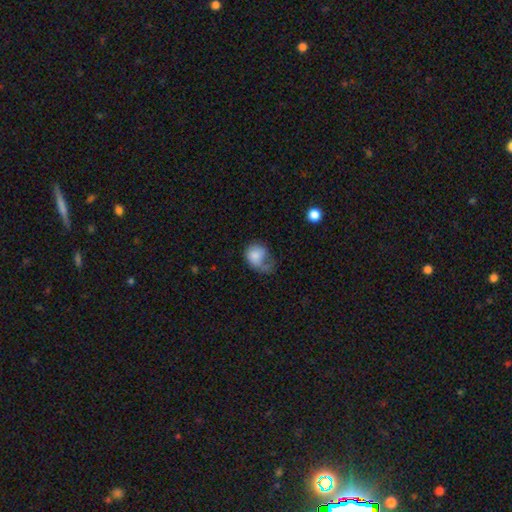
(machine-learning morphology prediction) A smooth galaxy with no disk features (71%) that is round (53%).

Vote fractions:
- Smooth or featured? smooth: 71% / featured or disk: 21% / star or artifact: 8%
- How rounded? round: 53% / in between: 46% / cigar-shaped: 1%
- Merging? major disturbance: 51% / minor disturbance: 23% / none: 20% / merger: 5%